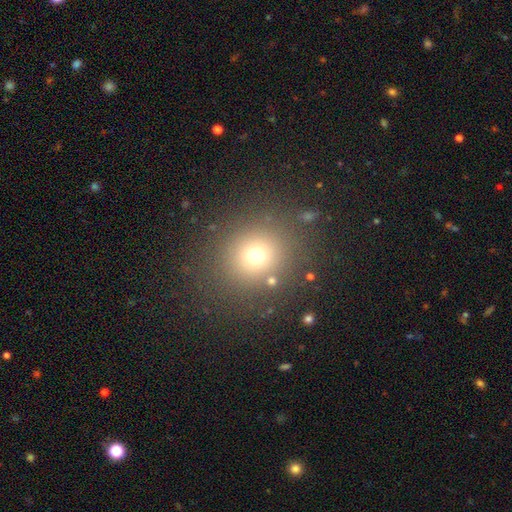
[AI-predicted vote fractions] smooth_or_featured: smooth (p=0.69) [alt: star or artifact p=0.21]
how_rounded: round (p=0.86) [alt: in between p=0.13]
merging: none (p=0.84) [alt: minor disturbance p=0.08]